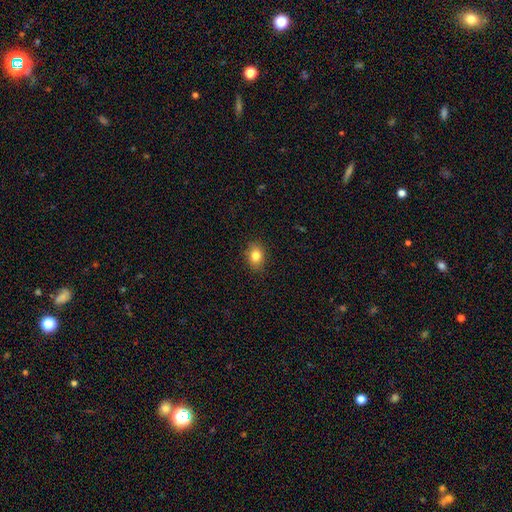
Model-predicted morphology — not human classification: Smooth or featured?
  - smooth: 82% *
  - star or artifact: 10%
  - featured or disk: 8%
How rounded?
  - in between: 64% *
  - round: 34%
  - cigar-shaped: 1%
Merging?
  - none: 87% *
  - minor disturbance: 10%
  - major disturbance: 2%
  - merger: 1%